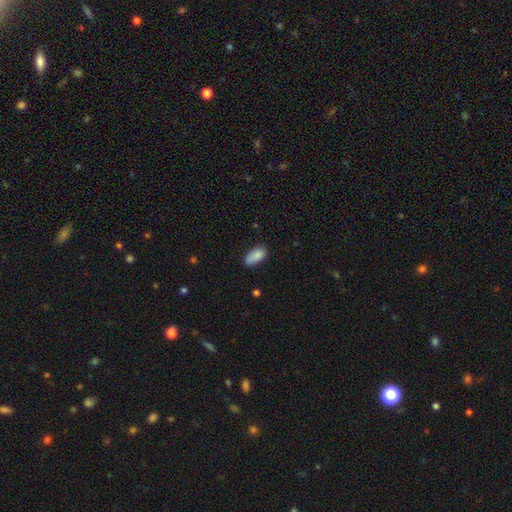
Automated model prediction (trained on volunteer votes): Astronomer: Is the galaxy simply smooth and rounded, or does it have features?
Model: smooth — 87%.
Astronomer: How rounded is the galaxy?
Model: in between — 91%.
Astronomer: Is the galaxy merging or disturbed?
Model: none — 69%.